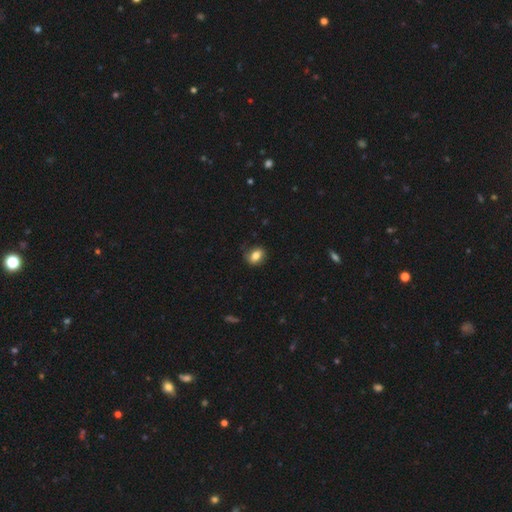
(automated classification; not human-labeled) Smooth or featured? Predicted: smooth (p=0.80). How rounded? Predicted: in between (p=0.66). Merging? Predicted: none (p=0.74).